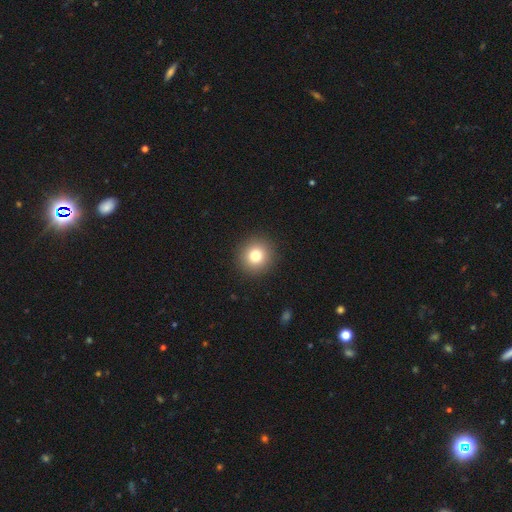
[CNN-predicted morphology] type=smooth (78%); roundness=round (94%); merging=none (92%).